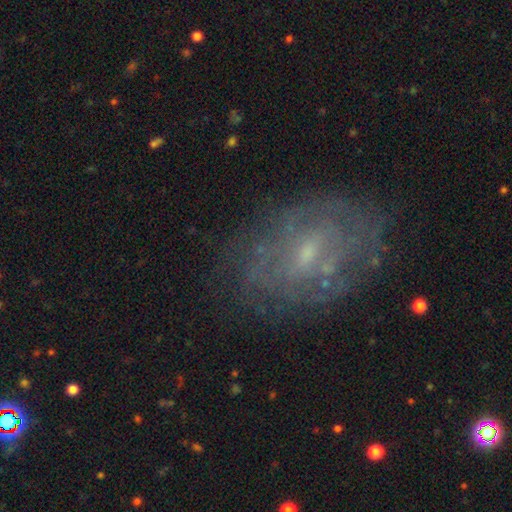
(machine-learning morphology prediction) A featured or disk galaxy (66%) with no bar (47%), spiral arms (53%) and a small central bulge (63%).

Vote fractions:
- Smooth or featured? featured or disk: 66% / smooth: 23% / star or artifact: 11%
- Edge-on disk? no: 95% / yes: 5%
- Bar? no: 47% / weak: 44% / strong: 9%
- Spiral arms? yes: 53% / no: 47%
- Bulge size? small: 63% / moderate: 26% / none: 9% / large: 1% / dominant: 1%
- Merging? none: 70% / minor disturbance: 18% / major disturbance: 9% / merger: 2%